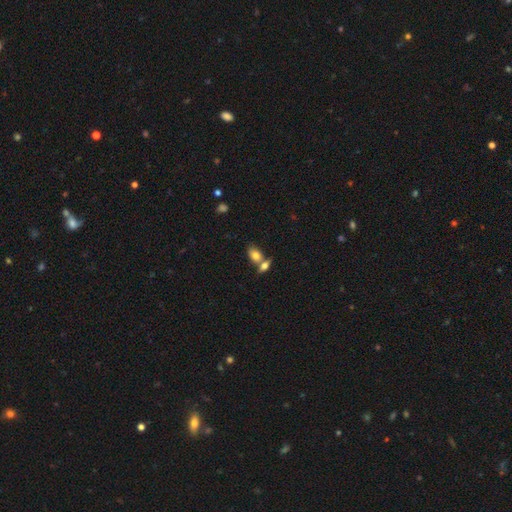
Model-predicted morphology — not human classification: smooth_or_featured: smooth (p=0.77) [alt: featured or disk p=0.15]
how_rounded: in between (p=0.85) [alt: round p=0.11]
merging: merger (p=0.47) [alt: none p=0.40]